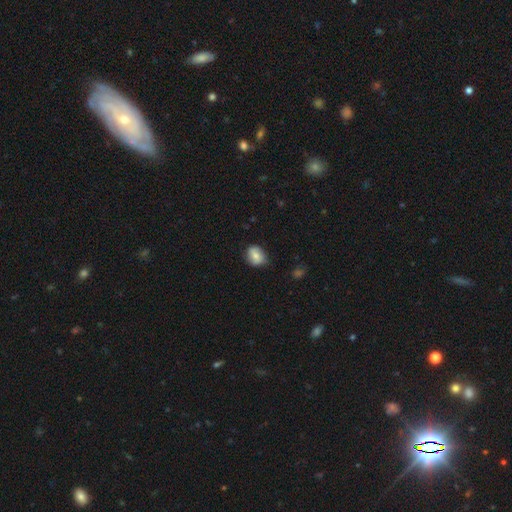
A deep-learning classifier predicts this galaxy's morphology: Smooth or featured?
  - smooth: 69% *
  - featured or disk: 22%
  - star or artifact: 8%
How rounded?
  - round: 55% *
  - in between: 44%
  - cigar-shaped: 1%
Merging?
  - none: 70% *
  - minor disturbance: 24%
  - major disturbance: 4%
  - merger: 1%